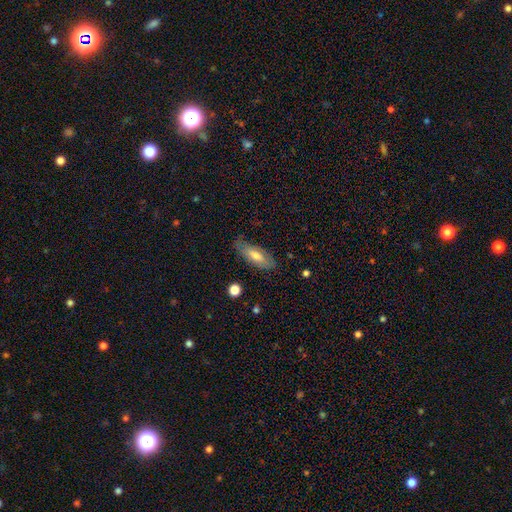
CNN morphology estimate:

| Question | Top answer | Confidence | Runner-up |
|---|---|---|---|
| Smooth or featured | smooth | 60% | featured or disk (33%) |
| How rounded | in between | 72% | cigar-shaped (25%) |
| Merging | none | 75% | minor disturbance (19%) |